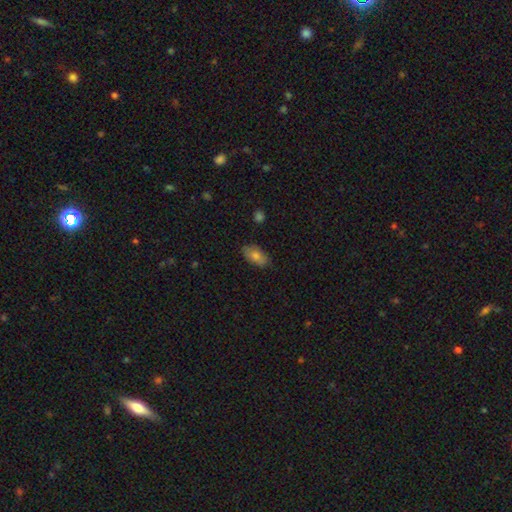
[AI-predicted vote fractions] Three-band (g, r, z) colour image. It shows a smooth galaxy with no disk features (75%) that is in between round and cigar-shaped (92%). Merging: none (84%).